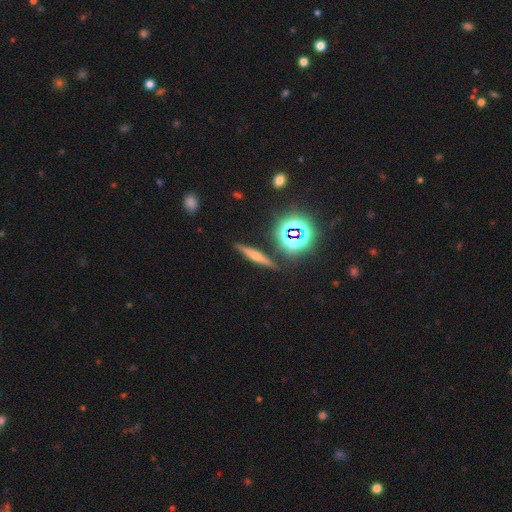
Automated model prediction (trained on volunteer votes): The model was most divided on "smooth or featured": featured or disk: 43%, smooth: 37%, star or artifact: 20%. More confident: merging — none (85%).